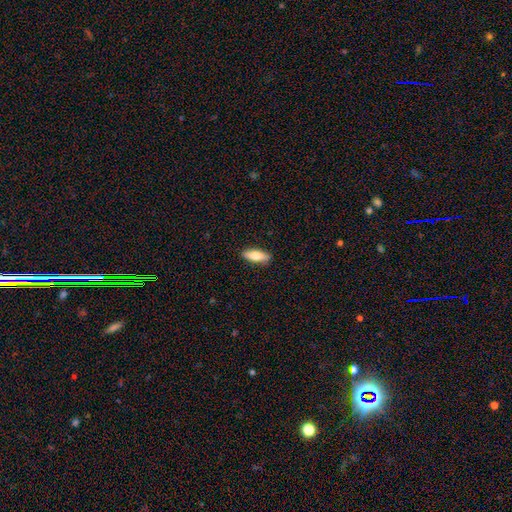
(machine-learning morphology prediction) Overall: smooth (74%). How rounded: in between (61%; cigar-shaped 37%). Merging: none (88%).